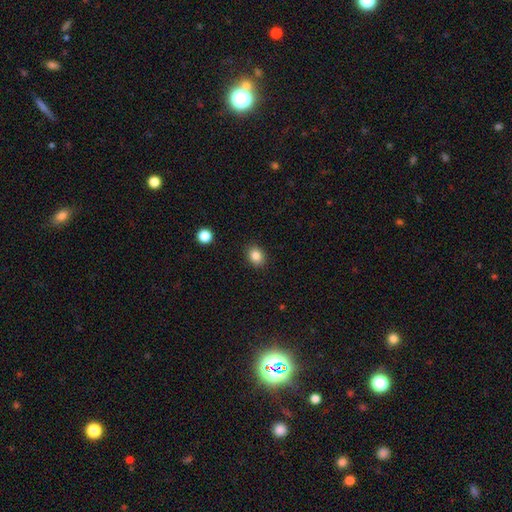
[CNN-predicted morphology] A smooth galaxy with no disk features (85%) that is in between round and cigar-shaped (50%).

Vote fractions:
- Smooth or featured? smooth: 85% / star or artifact: 10% / featured or disk: 5%
- How rounded? in between: 50% / round: 49% / cigar-shaped: 1%
- Merging? none: 89% / minor disturbance: 8% / major disturbance: 2% / merger: 1%